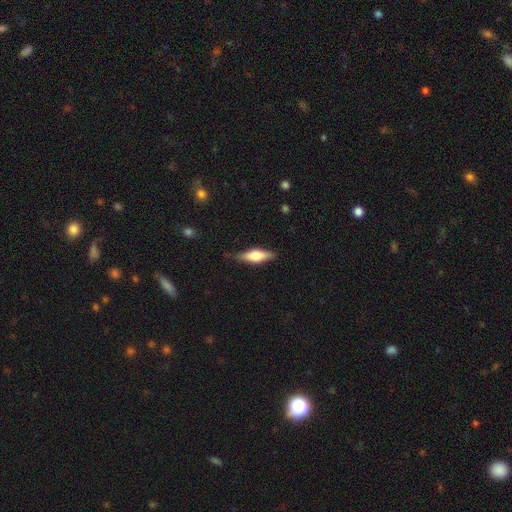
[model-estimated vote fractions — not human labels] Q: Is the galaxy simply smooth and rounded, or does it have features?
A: featured or disk — 48%.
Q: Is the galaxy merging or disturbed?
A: none — 83%.